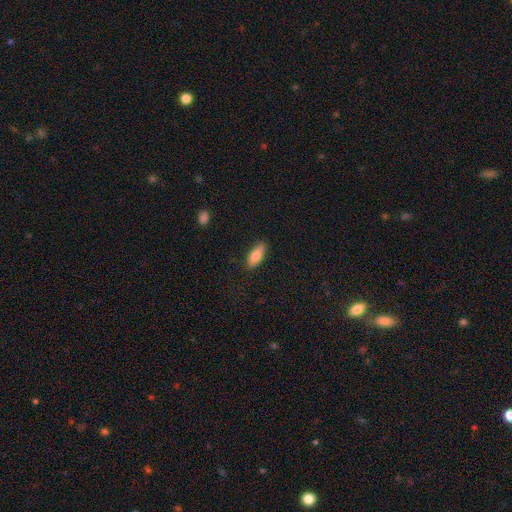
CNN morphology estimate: Smooth or featured: smooth — 81% (featured or disk — 12%)
How rounded: in between — 70% (cigar-shaped — 28%)
Merging: none — 85% (minor disturbance — 12%)